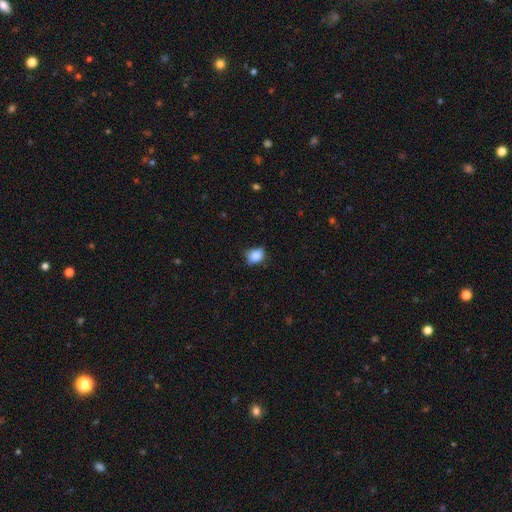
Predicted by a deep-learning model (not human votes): This is clearly a smooth galaxy (86%). How rounded: possibly in between (52%). Merging: likely none (64%).